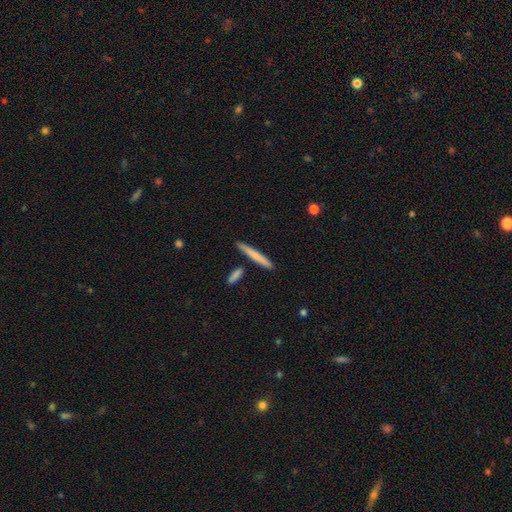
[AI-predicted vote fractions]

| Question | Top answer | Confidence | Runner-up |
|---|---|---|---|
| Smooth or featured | smooth | 70% | featured or disk (25%) |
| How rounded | cigar-shaped | 96% | in between (3%) |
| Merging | none | 85% | minor disturbance (8%) |